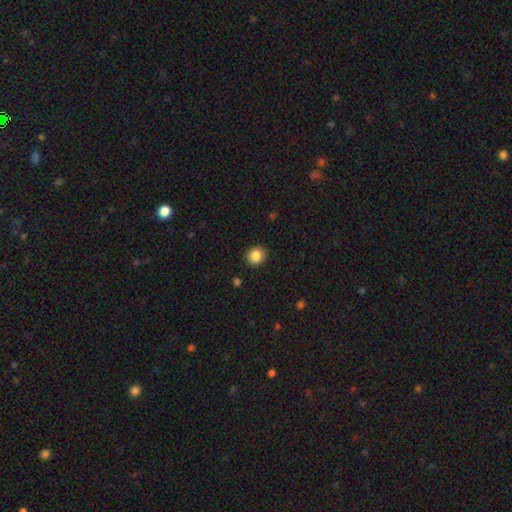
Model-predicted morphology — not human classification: A smooth galaxy with no disk features (86%) that is round (88%).

Vote fractions:
- Smooth or featured? smooth: 86% / star or artifact: 10% / featured or disk: 4%
- How rounded? round: 88% / in between: 11% / cigar-shaped: 1%
- Merging? none: 91% / minor disturbance: 6% / major disturbance: 2% / merger: 1%